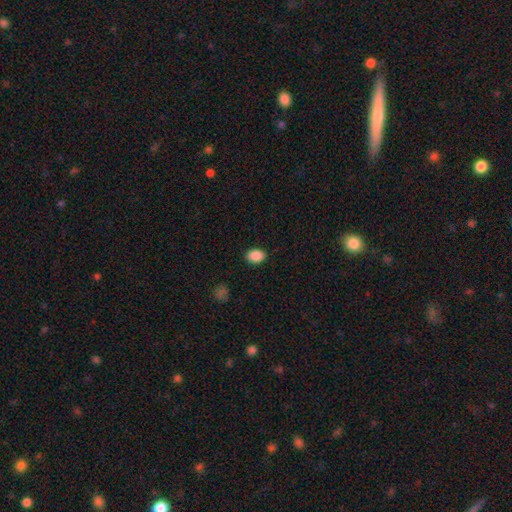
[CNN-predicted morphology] smooth 88%, star or artifact 8%, featured or disk 3%. Down the decision tree: how rounded — in between (74%); merging — none (89%).